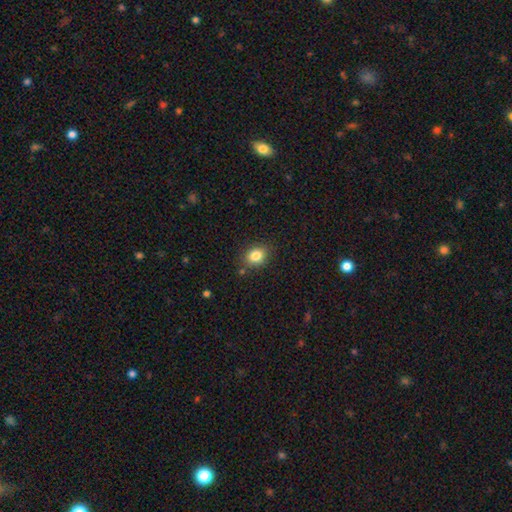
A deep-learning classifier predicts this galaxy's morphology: type=smooth (83%); roundness=in between (50%); merging=none (83%).